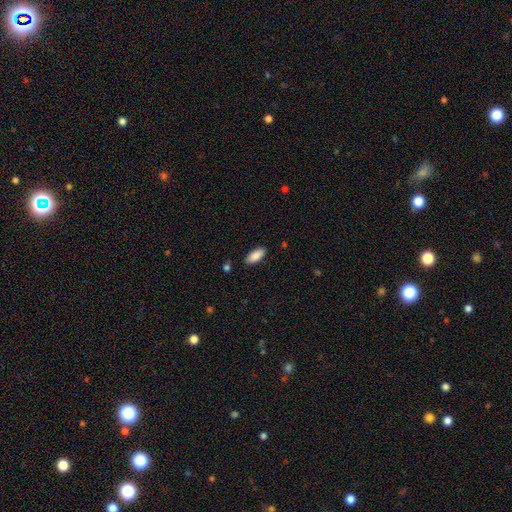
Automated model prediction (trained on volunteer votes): smooth_or_featured: smooth (p=0.88) [alt: star or artifact p=0.06]
how_rounded: in between (p=0.86) [alt: cigar-shaped p=0.12]
merging: none (p=0.87) [alt: minor disturbance p=0.09]